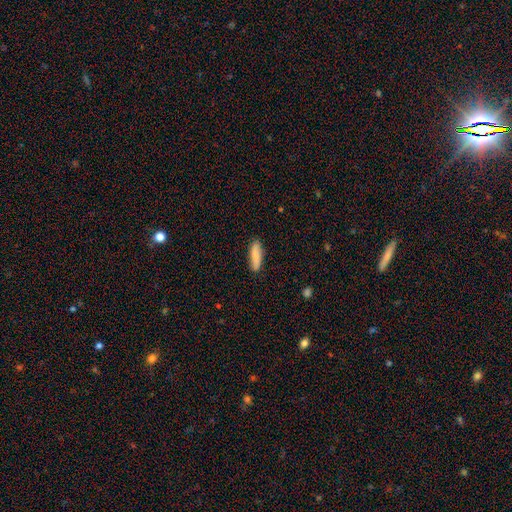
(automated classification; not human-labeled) A smooth galaxy with no disk features (83%) that is cigar-shaped (58%).

Vote fractions:
- Smooth or featured? smooth: 83% / featured or disk: 12% / star or artifact: 6%
- How rounded? cigar-shaped: 58% / in between: 40% / round: 2%
- Merging? none: 85% / minor disturbance: 12% / major disturbance: 2% / merger: 1%